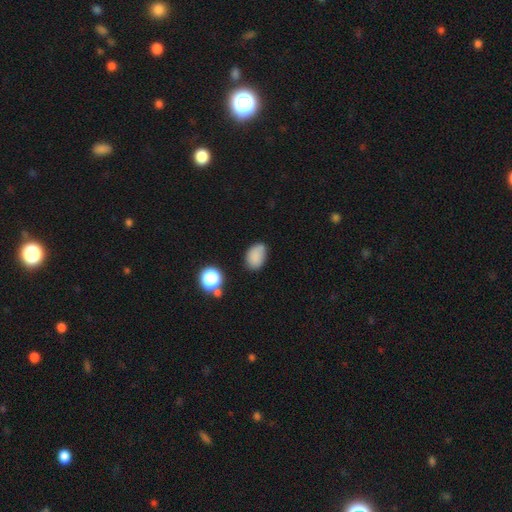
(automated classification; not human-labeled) smooth_or_featured: smooth (p=0.82) [alt: star or artifact p=0.12]
how_rounded: in between (p=0.81) [alt: round p=0.18]
merging: none (p=0.64) [alt: minor disturbance p=0.25]